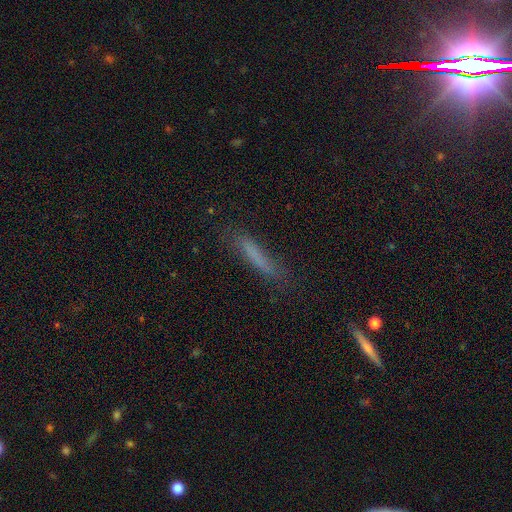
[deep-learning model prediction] This is likely a smooth galaxy (68%). How rounded: clearly cigar-shaped (90%). Merging: likely none (73%).